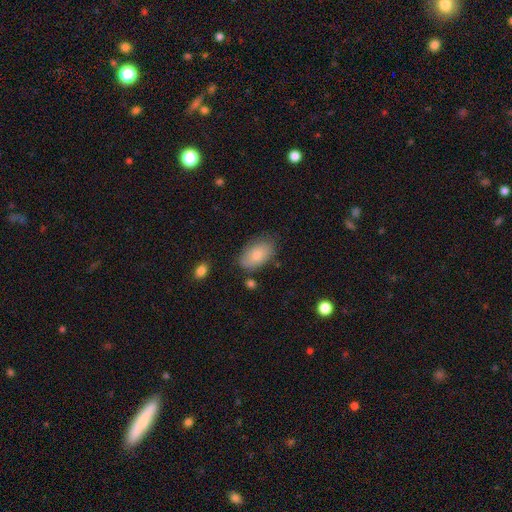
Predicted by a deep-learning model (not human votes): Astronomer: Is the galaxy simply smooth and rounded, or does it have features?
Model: smooth — 80%.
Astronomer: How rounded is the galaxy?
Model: in between — 93%.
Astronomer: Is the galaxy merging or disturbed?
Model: none — 75%.